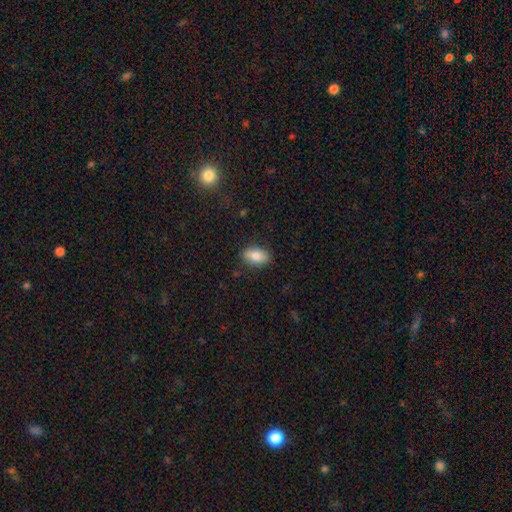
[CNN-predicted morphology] The model was most divided on "smooth or featured": smooth: 80%, featured or disk: 12%, star or artifact: 8%. More confident: how rounded — in between (87%); merging — none (85%).